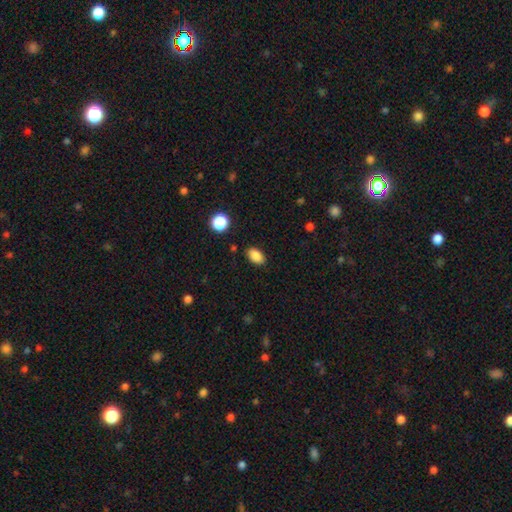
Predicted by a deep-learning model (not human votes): This is clearly a smooth galaxy (87%). How rounded: clearly in between (88%). Merging: clearly none (86%).